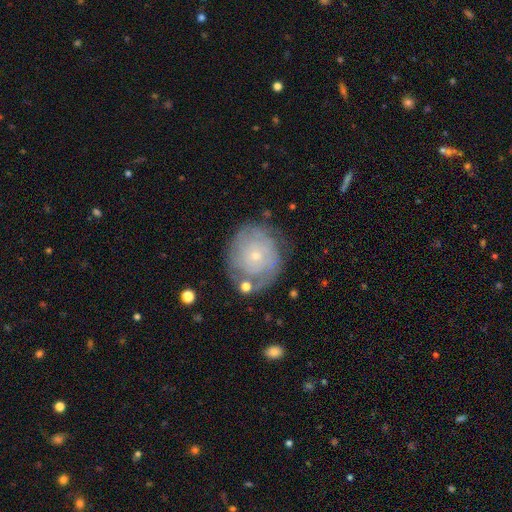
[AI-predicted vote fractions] smooth-or-featured: featured or disk: 66% | smooth: 26% | star or artifact: 7%
  disk-edge-on: no: 97% | yes: 3%
    bar: no: 86% | weak: 12% | strong: 2%
    has-spiral-arms: yes: 77% | no: 23%
    bulge-size: small: 82% | moderate: 14% | none: 2% | large: 1% | dominant: 1%
  merging: none: 66% | minor disturbance: 20% | major disturbance: 9% | merger: 5%